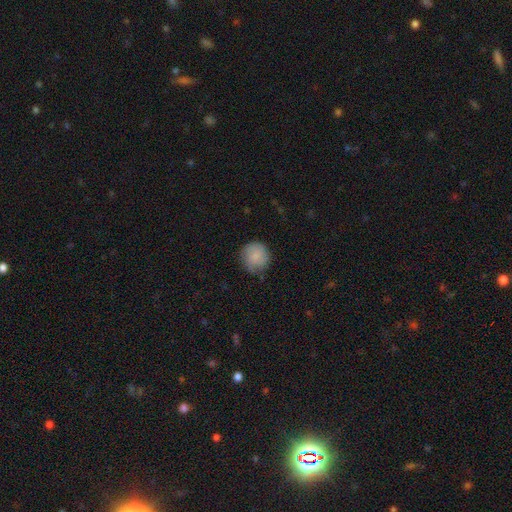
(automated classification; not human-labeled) smooth-or-featured: smooth: 82% | featured or disk: 11% | star or artifact: 7%
  how-rounded: round: 91% | in between: 8% | cigar-shaped: 1%
  merging: none: 73% | minor disturbance: 21% | major disturbance: 4% | merger: 1%